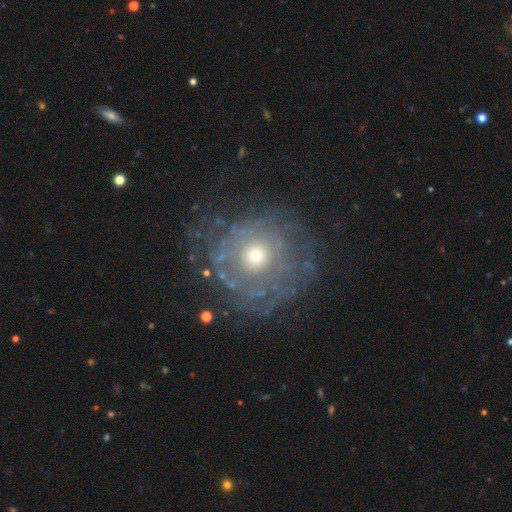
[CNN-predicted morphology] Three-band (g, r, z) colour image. It shows a featured or disk galaxy (62%) with no bar (91%), no spiral arms (51%) and a small central bulge (62%). Merging: none (67%).